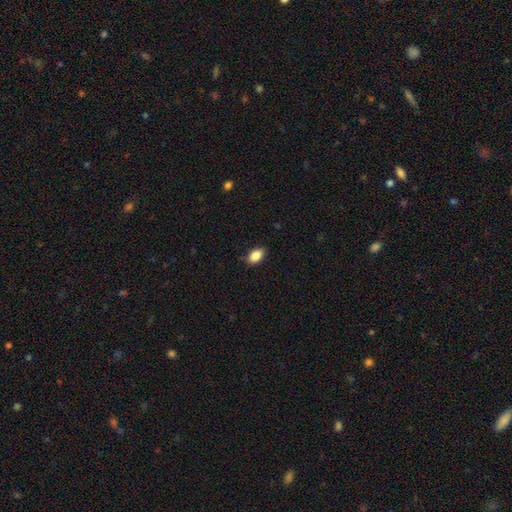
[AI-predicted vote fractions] Smooth or featured? Predicted: smooth (p=0.85). How rounded? Predicted: in between (p=0.87). Merging? Predicted: none (p=0.83).